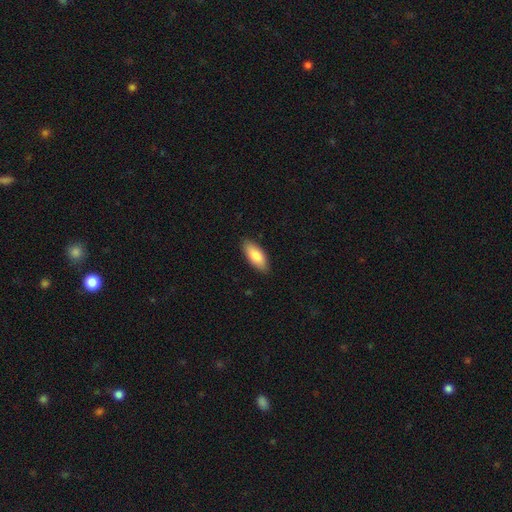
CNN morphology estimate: smooth_or_featured: smooth (p=0.85) [alt: featured or disk p=0.09]
how_rounded: in between (p=0.82) [alt: cigar-shaped p=0.16]
merging: none (p=0.87) [alt: minor disturbance p=0.10]